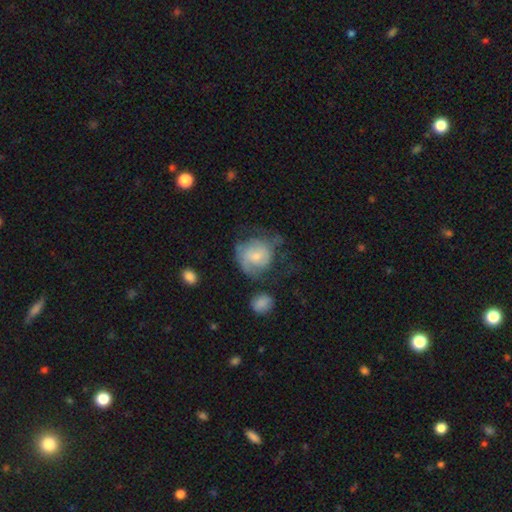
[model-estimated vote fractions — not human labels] Q: Smooth or featured?
A: smooth (48%); runner-up: featured or disk (45%)
Q: Merging?
A: none (37%); runner-up: major disturbance (31%)